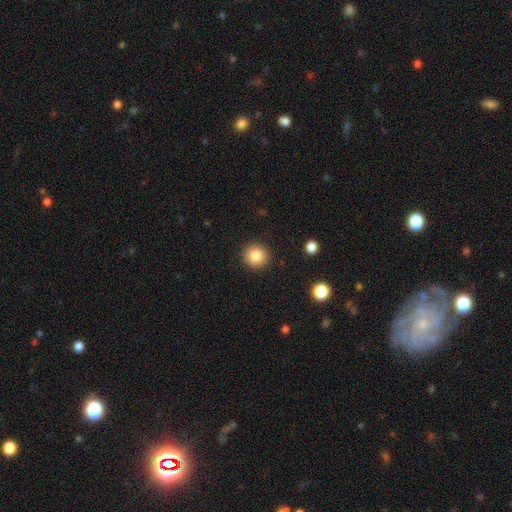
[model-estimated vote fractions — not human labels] The model was most divided on "smooth or featured": smooth: 85%, star or artifact: 10%, featured or disk: 6%. More confident: how rounded — round (92%); merging — none (91%).